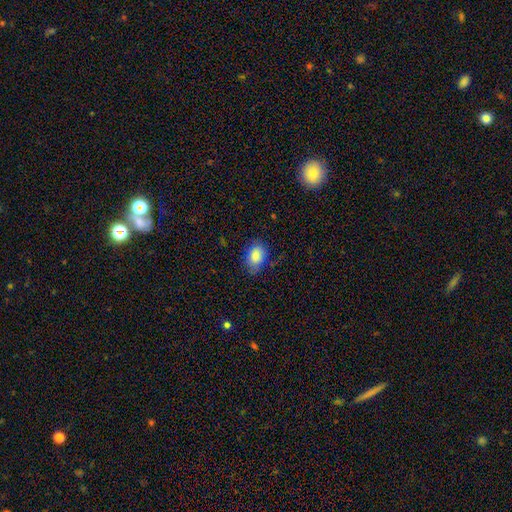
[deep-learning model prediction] The model was most divided on "merging": none: 74%, minor disturbance: 20%, major disturbance: 4%, merger: 1%. More confident: smooth or featured — smooth (85%); how rounded — in between (82%).